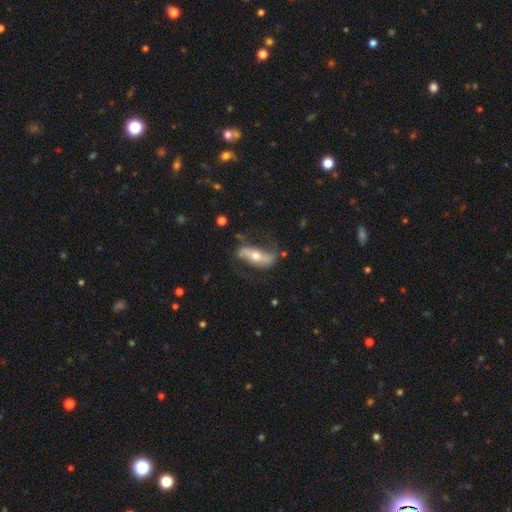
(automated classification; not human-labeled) featured or disk 69%, smooth 25%, star or artifact 5%. Down the decision tree: edge-on disk — no (76%); bar — no (39%); spiral arms — yes (81%); bulge size — moderate (67%); merging — none (66%).